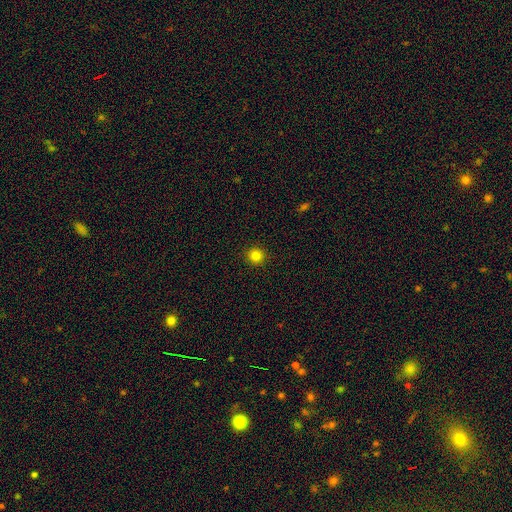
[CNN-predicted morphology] Smooth or featured: smooth — 82% (star or artifact — 13%)
How rounded: round — 95% (in between — 4%)
Merging: none — 93% (minor disturbance — 5%)